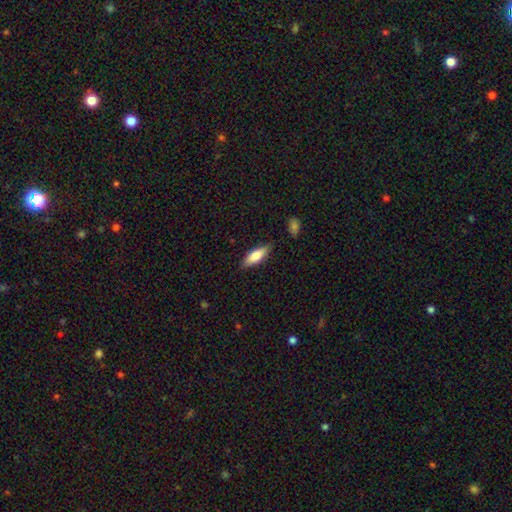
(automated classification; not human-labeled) Smooth or featured? smooth (74%)
How rounded? in between (58%)
Merging? none (84%)